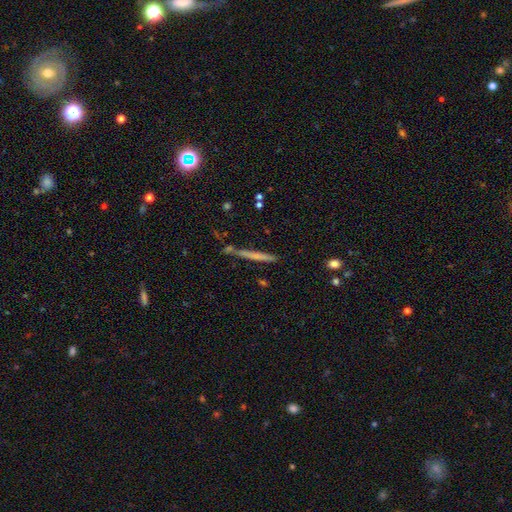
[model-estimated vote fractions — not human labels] Overall: smooth (55%; featured or disk 37%). How rounded: cigar-shaped (96%). Merging: none (79%).